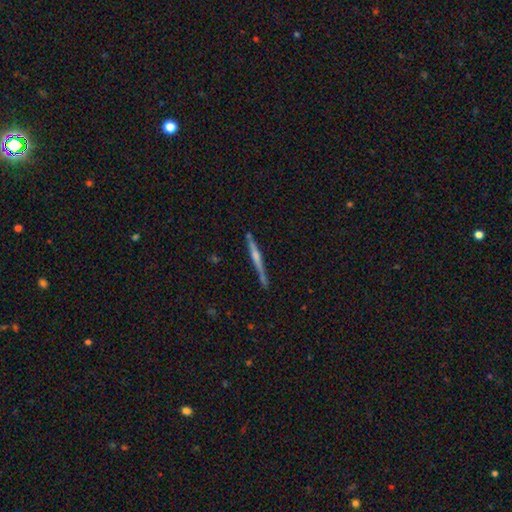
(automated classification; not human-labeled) smooth_or_featured: featured or disk (p=0.60) [alt: smooth p=0.34]
disk_edge_on: yes (p=0.97) [alt: no p=0.03]
edge_on_bulge: rounded (p=0.46) [alt: none p=0.36]
merging: none (p=0.78) [alt: minor disturbance p=0.15]